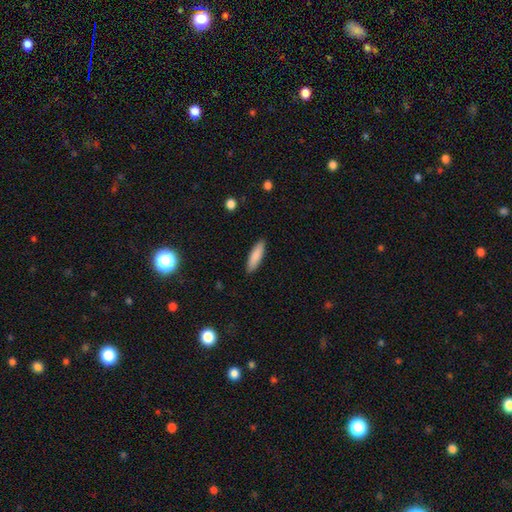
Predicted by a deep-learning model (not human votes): This appears to be a smooth galaxy with no disk features (87%) that is cigar-shaped (62%). Merging: none (90%).